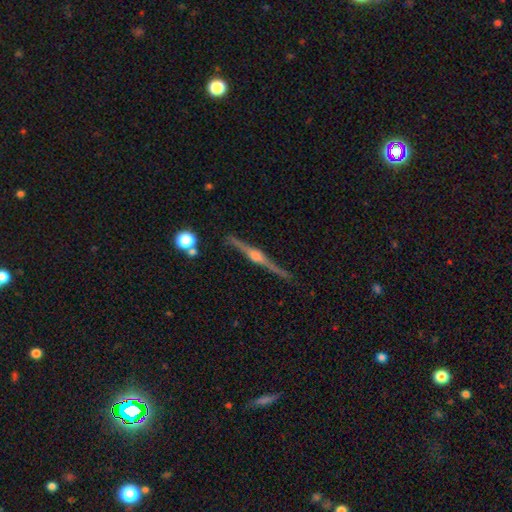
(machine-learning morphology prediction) type=featured or disk (87%); edge-on=yes (98%); edge-on bulge=rounded (91%); merging=none (89%).